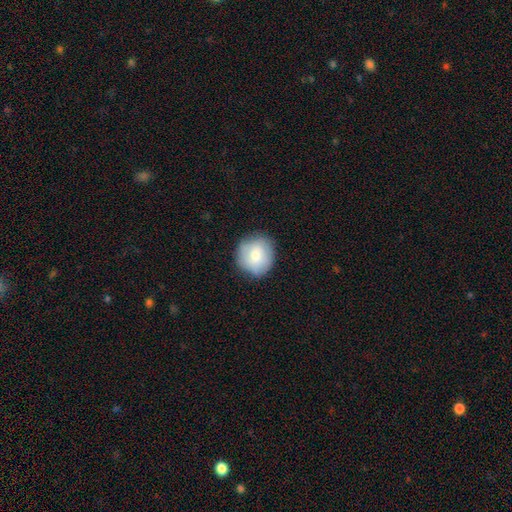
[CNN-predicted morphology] Q: Smooth or featured?
A: smooth (74%); runner-up: featured or disk (18%)
Q: How rounded?
A: round (86%); runner-up: in between (13%)
Q: Merging?
A: none (81%); runner-up: minor disturbance (14%)